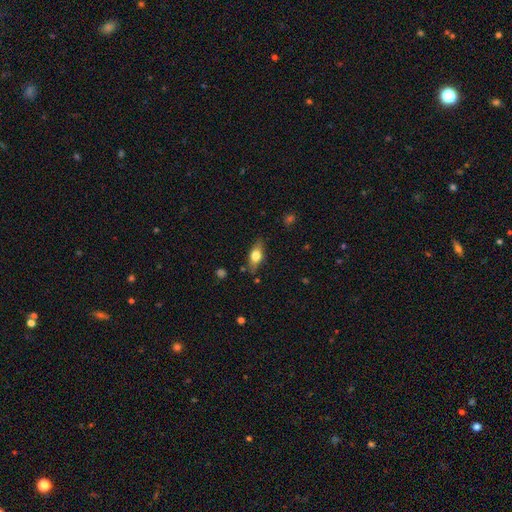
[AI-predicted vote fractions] A smooth galaxy with no disk features (61%) that is in between round and cigar-shaped (73%). Merging: none (80%).